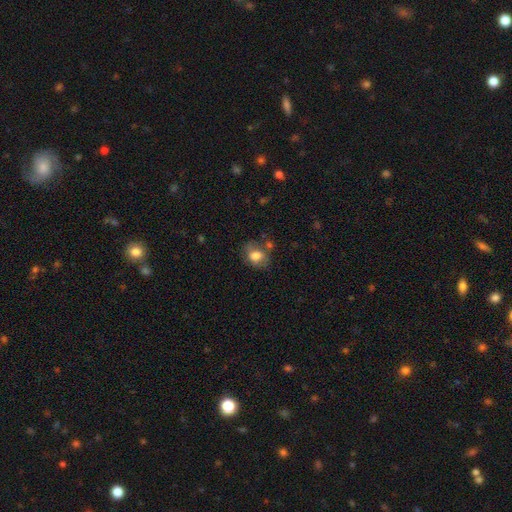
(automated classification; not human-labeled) Smooth or featured? smooth (70%)
How rounded? in between (58%)
Merging? none (56%)